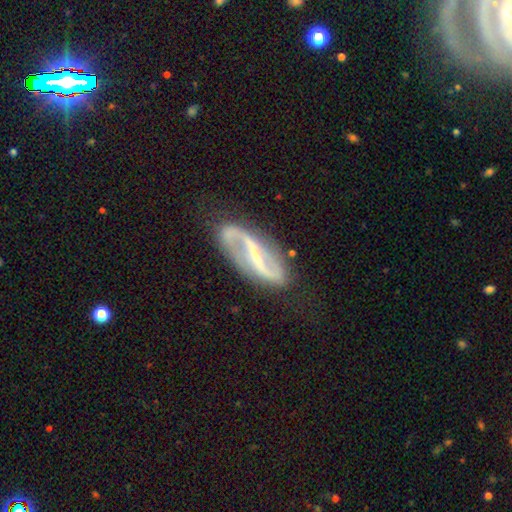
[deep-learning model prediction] Morphology: type=featured or disk (86%); edge-on=no (93%); bar=strong (64%); spiral arms=yes (92%); winding=loose (53%); arm count=2 (90%); bulge=small (53%); merging=none (75%).